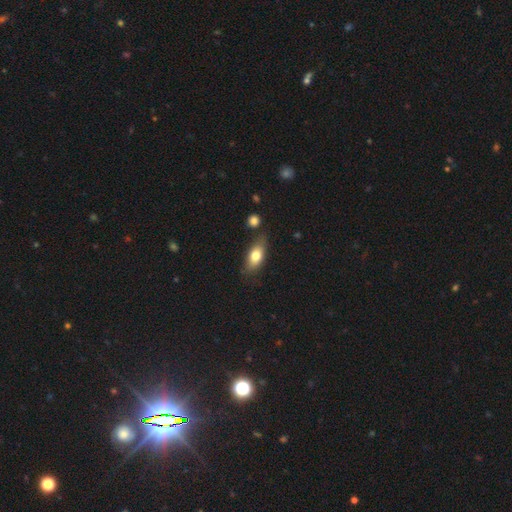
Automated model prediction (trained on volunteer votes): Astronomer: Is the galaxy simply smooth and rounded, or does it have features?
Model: smooth — 73%.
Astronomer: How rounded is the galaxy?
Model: in between — 81%.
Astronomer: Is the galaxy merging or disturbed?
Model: none — 71%.